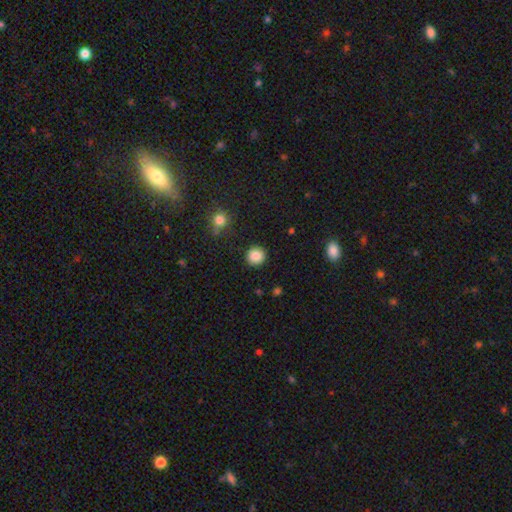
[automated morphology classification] Q: Smooth or featured?
A: smooth (87%); runner-up: star or artifact (9%)
Q: How rounded?
A: round (91%); runner-up: in between (8%)
Q: Merging?
A: none (91%); runner-up: minor disturbance (6%)